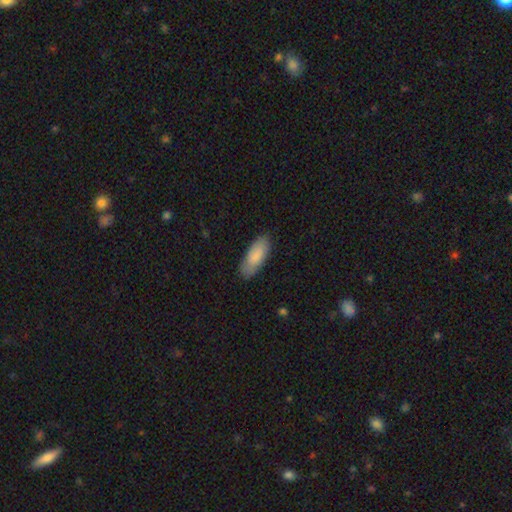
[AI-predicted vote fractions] Smooth or featured? smooth (84%)
How rounded? in between (77%)
Merging? none (83%)